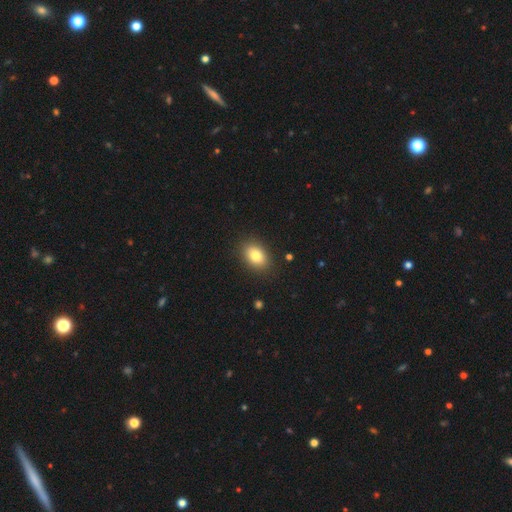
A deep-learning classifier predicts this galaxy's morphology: Smooth or featured? Predicted: smooth (p=0.82). How rounded? Predicted: in between (p=0.79). Merging? Predicted: none (p=0.88).